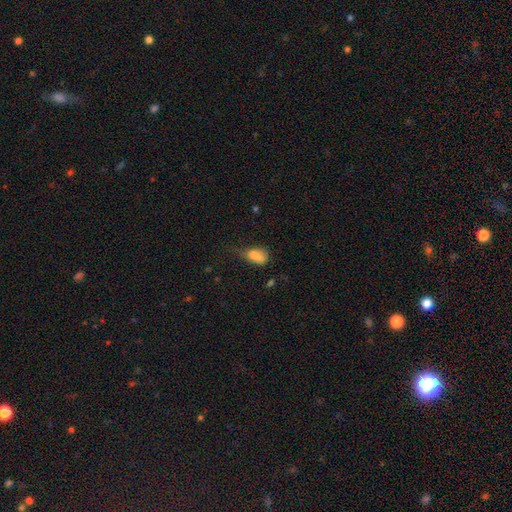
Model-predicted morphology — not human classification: The model was most divided on "merging": minor disturbance: 40%, none: 30%, major disturbance: 26%, merger: 4%. More confident: how rounded — in between (86%); smooth or featured — smooth (80%).